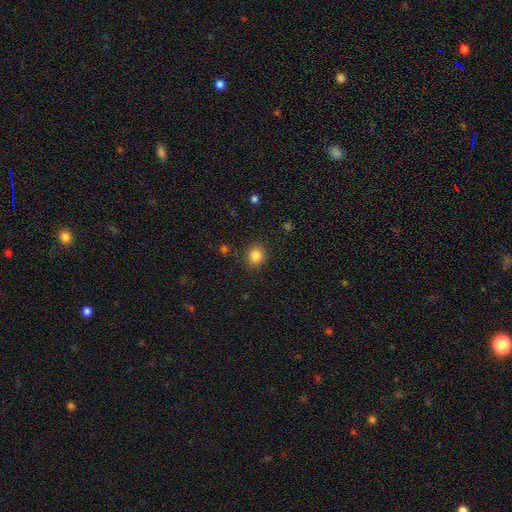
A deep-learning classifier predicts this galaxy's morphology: smooth 85%, star or artifact 10%, featured or disk 4%. Down the decision tree: how rounded — round (65%); merging — none (87%).